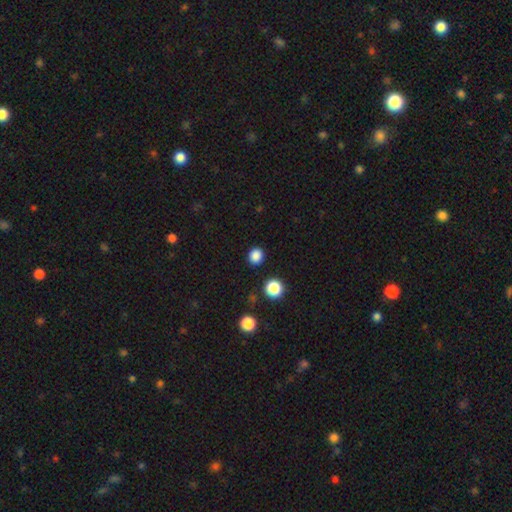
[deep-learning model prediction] Smooth or featured?
  - smooth: 85% *
  - star or artifact: 12%
  - featured or disk: 3%
How rounded?
  - round: 87% *
  - in between: 12%
  - cigar-shaped: 1%
Merging?
  - none: 90% *
  - minor disturbance: 6%
  - major disturbance: 2%
  - merger: 2%